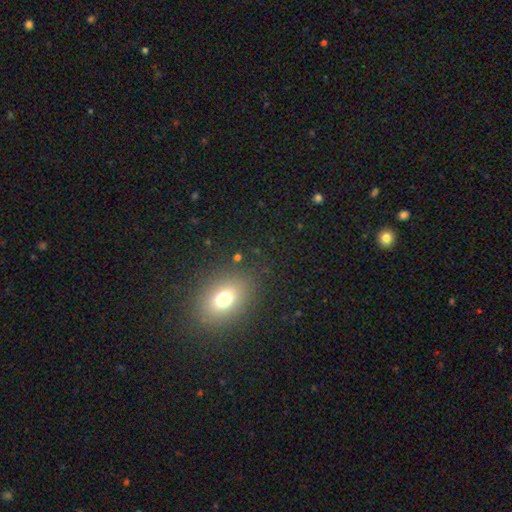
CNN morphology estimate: Smooth or featured?
  - smooth: 72% *
  - star or artifact: 18%
  - featured or disk: 10%
How rounded?
  - in between: 65% *
  - round: 33%
  - cigar-shaped: 2%
Merging?
  - none: 90% *
  - minor disturbance: 7%
  - major disturbance: 2%
  - merger: 1%